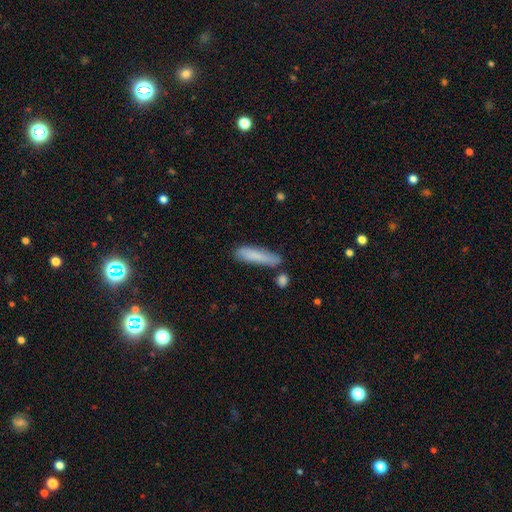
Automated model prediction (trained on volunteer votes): Smooth or featured? smooth (81%)
How rounded? cigar-shaped (77%)
Merging? none (70%)